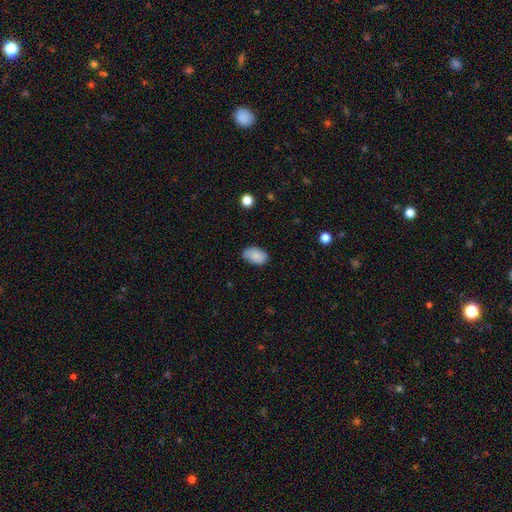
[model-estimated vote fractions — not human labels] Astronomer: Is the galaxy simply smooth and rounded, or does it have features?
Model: smooth — 85%.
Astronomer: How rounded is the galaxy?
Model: in between — 91%.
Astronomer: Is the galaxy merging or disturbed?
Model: none — 70%.